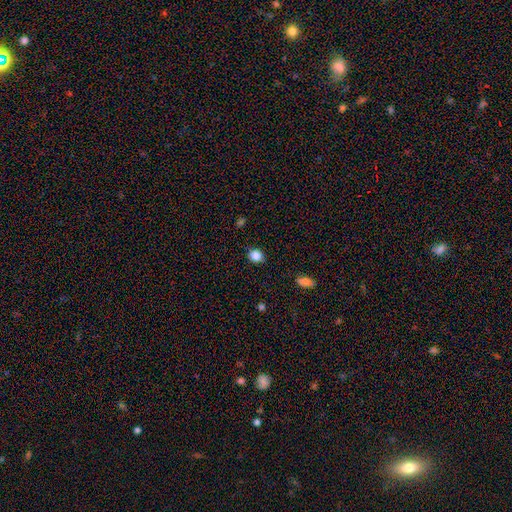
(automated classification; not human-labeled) smooth_or_featured: smooth (p=0.85) [alt: star or artifact p=0.11]
how_rounded: round (p=0.77) [alt: in between p=0.22]
merging: none (p=0.87) [alt: minor disturbance p=0.09]